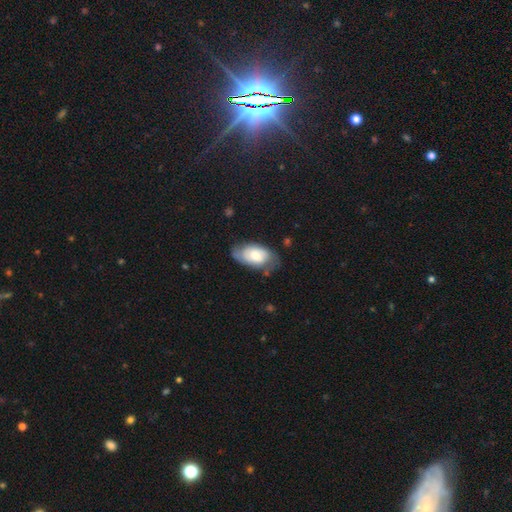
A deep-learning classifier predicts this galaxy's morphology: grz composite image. It shows a smooth galaxy with no disk features (51%) that is in between round and cigar-shaped (93%). Merging: none (59%).